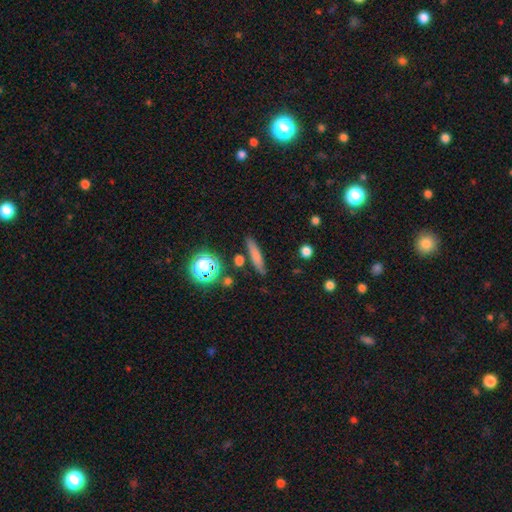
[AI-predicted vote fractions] smooth 71%, featured or disk 17%, star or artifact 12%. Down the decision tree: how rounded — cigar-shaped (84%); merging — none (84%).